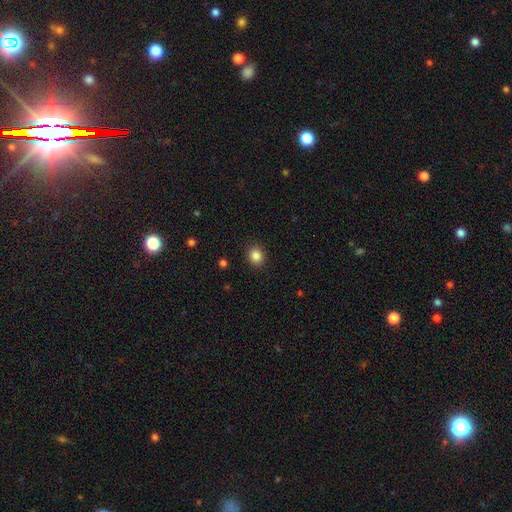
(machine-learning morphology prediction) Smooth or featured: smooth — 86% (star or artifact — 10%)
How rounded: round — 72% (in between — 27%)
Merging: none — 90% (minor disturbance — 7%)